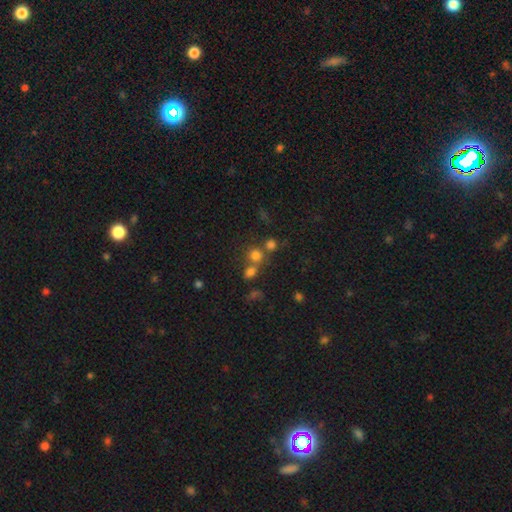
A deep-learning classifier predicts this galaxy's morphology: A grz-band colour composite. It shows a smooth galaxy with no disk features (72%) that is round (86%). Merging: none (55%).